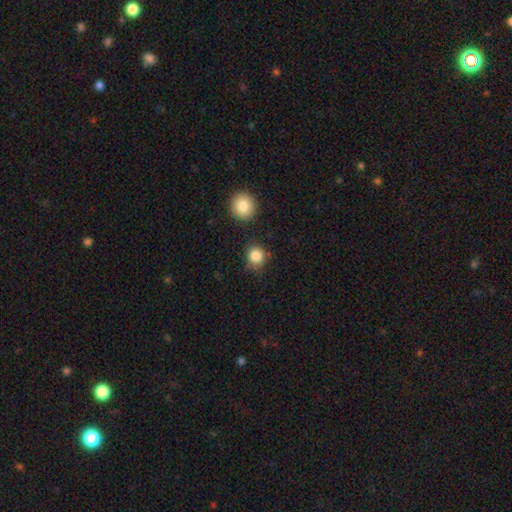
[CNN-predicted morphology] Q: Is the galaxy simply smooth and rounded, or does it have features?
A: smooth — 86%.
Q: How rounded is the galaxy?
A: round — 85%.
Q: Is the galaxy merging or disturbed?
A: none — 79%.